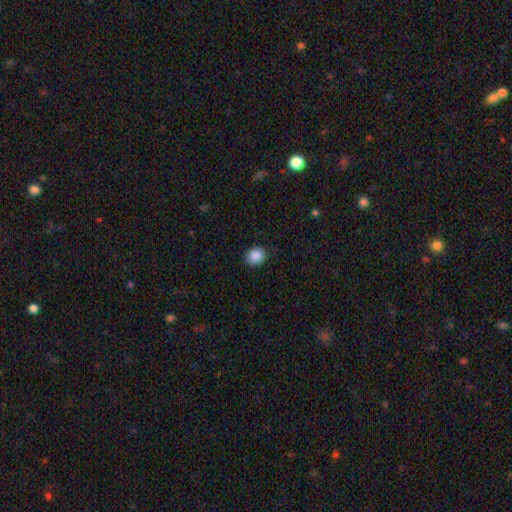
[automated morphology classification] type=smooth (88%); roundness=round (69%); merging=none (89%).